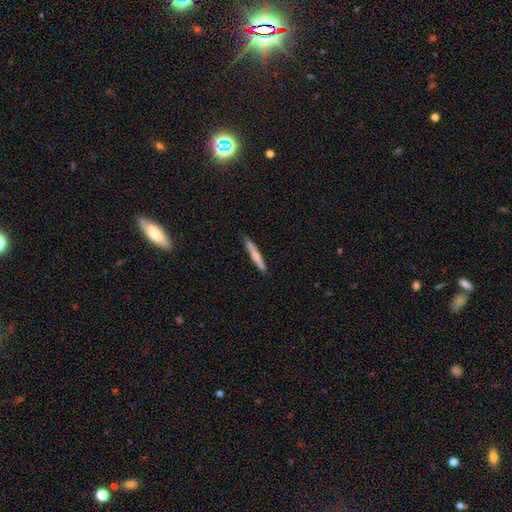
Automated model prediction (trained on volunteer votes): Smooth or featured? smooth (60%)
How rounded? cigar-shaped (95%)
Merging? none (88%)